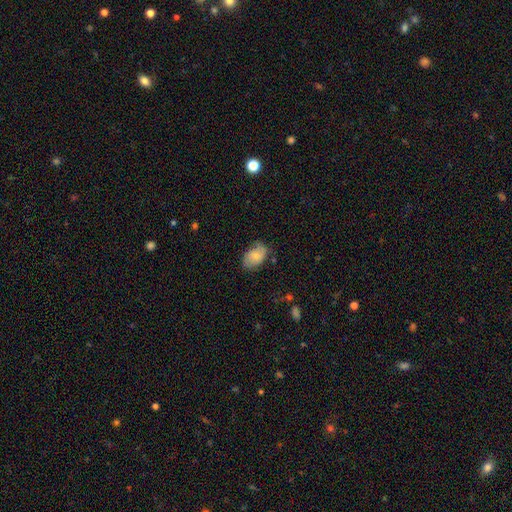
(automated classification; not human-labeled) Smooth or featured: smooth — 72% (featured or disk — 21%)
How rounded: in between — 89% (round — 10%)
Merging: none — 64% (minor disturbance — 27%)